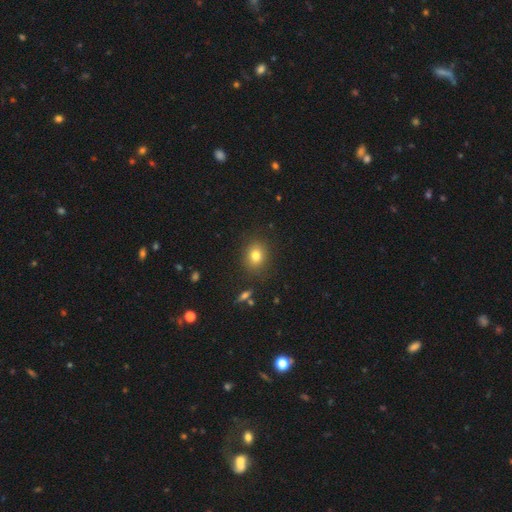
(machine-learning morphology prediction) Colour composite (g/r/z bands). It shows a smooth galaxy with no disk features (79%) that is round (59%). Merging: none (86%).